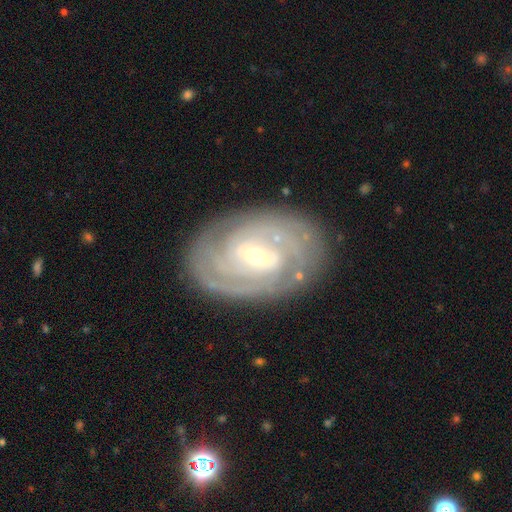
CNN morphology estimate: Smooth or featured? featured or disk (86%)
Edge-on disk? no (96%)
Bar? weak (44%)
Spiral arms? yes (94%)
Spiral winding? tight (78%)
Spiral arm count? can't tell (32%)
Bulge size? small (48%, tied with moderate)
Merging? none (83%)